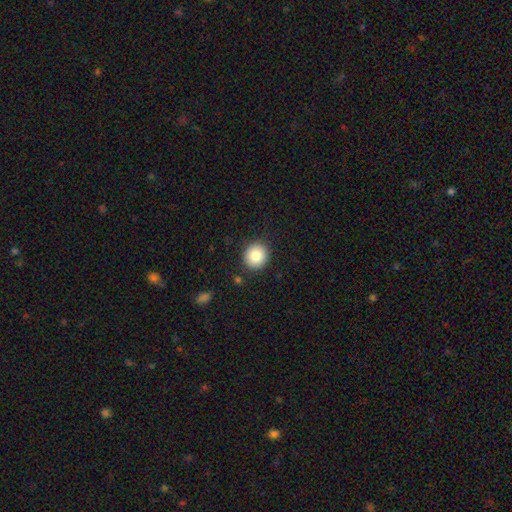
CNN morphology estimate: This appears to be a smooth galaxy with no disk features (84%) that is round (90%). Merging: none (89%).